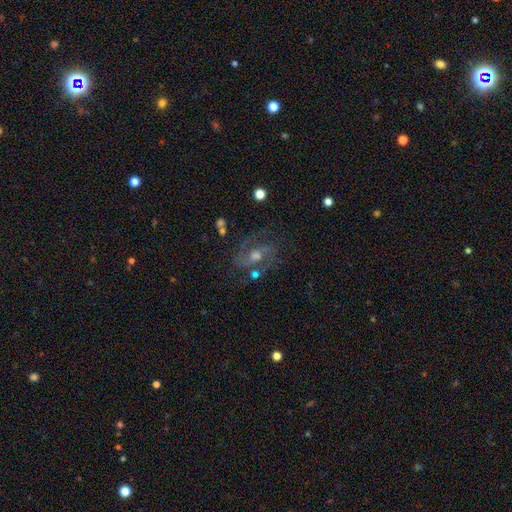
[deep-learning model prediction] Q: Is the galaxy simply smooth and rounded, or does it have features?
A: featured or disk — 78%.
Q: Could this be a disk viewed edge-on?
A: no — 96%.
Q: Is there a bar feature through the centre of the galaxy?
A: weak — 46%.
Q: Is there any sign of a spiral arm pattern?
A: yes — 93%.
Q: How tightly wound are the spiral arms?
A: medium — 56%.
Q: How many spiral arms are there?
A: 2 — 86%.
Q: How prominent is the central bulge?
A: moderate — 62%.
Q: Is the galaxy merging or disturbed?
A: none — 70%.